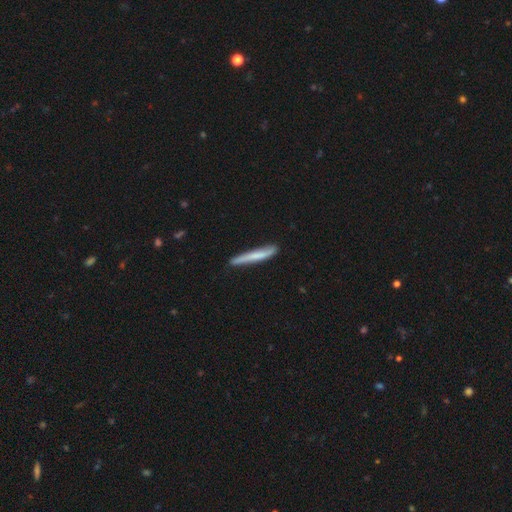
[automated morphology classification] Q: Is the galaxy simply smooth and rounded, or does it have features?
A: smooth — 64%.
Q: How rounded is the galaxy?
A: cigar-shaped — 96%.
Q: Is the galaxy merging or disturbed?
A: none — 81%.